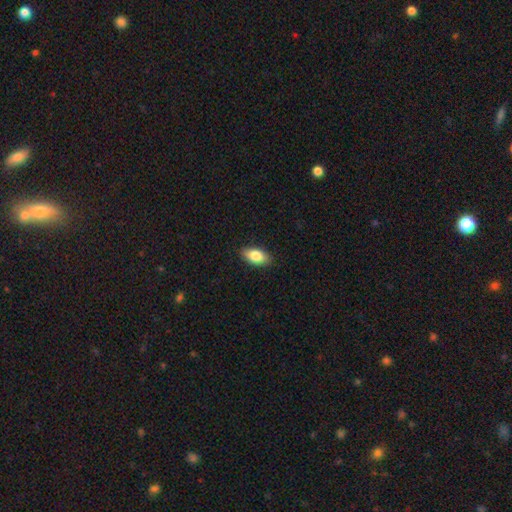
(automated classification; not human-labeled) Smooth or featured? Predicted: smooth (p=0.84). How rounded? Predicted: in between (p=0.91). Merging? Predicted: none (p=0.88).